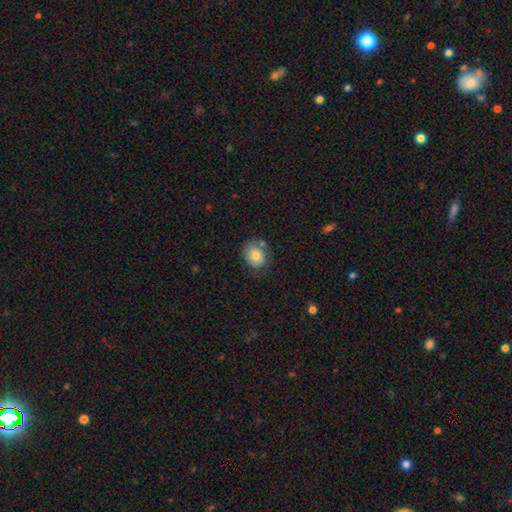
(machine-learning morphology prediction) Smooth or featured? Predicted: smooth (p=0.79). How rounded? Predicted: round (p=0.63). Merging? Predicted: none (p=0.68).